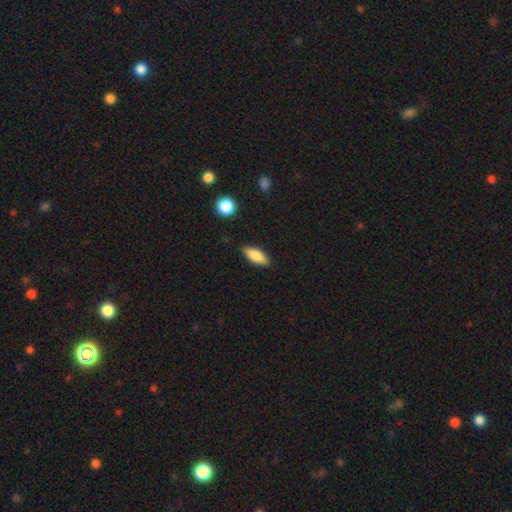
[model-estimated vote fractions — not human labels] smooth_or_featured: smooth (p=0.76) [alt: featured or disk p=0.17]
how_rounded: in between (p=0.70) [alt: cigar-shaped p=0.28]
merging: none (p=0.84) [alt: minor disturbance p=0.12]